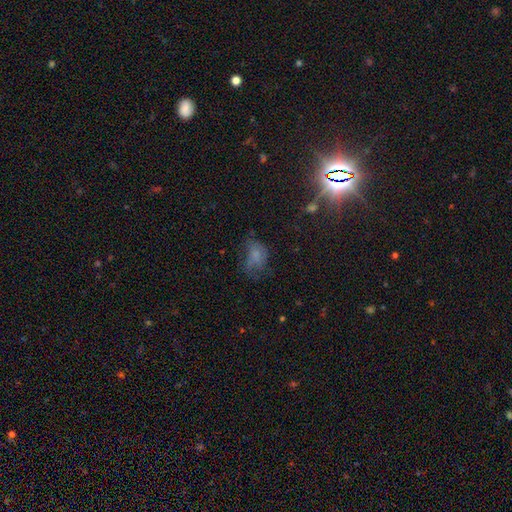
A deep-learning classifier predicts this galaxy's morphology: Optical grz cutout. It shows a smooth galaxy with no disk features (53%) that is in between round and cigar-shaped (78%). Merging: none (36%, tied with major disturbance).